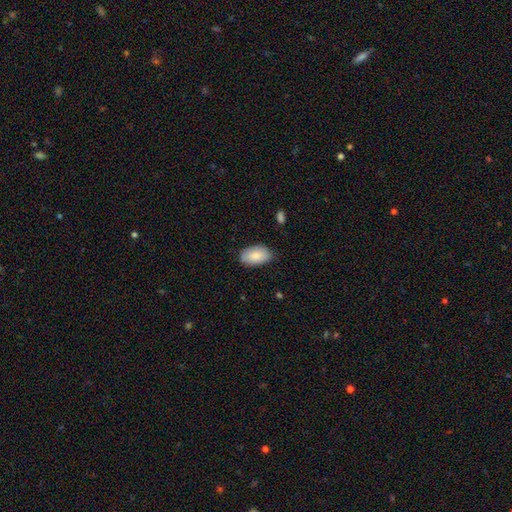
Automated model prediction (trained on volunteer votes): This is clearly a smooth galaxy (85%). How rounded: clearly in between (94%). Merging: likely none (80%).